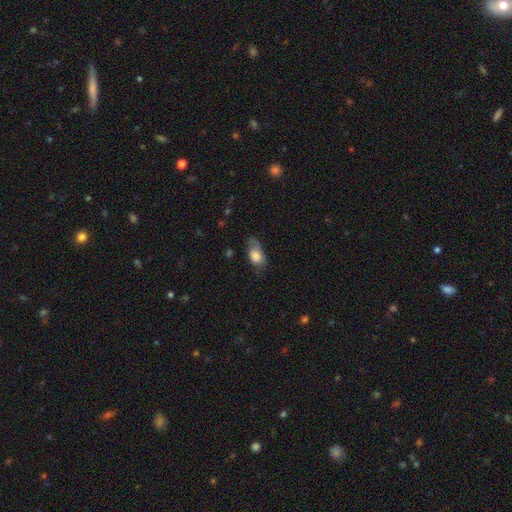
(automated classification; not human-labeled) A smooth galaxy with no disk features (67%) that is in between round and cigar-shaped (87%). Merging: none (47%).